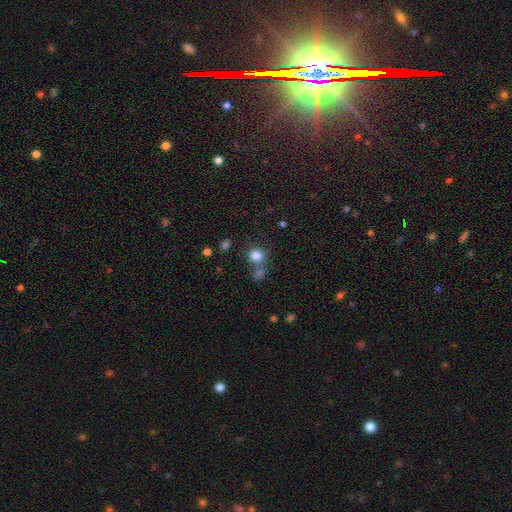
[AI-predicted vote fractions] Smooth or featured?
  - smooth: 81% *
  - star or artifact: 12%
  - featured or disk: 7%
How rounded?
  - round: 70% *
  - in between: 28%
  - cigar-shaped: 1%
Merging?
  - none: 53% *
  - merger: 29%
  - minor disturbance: 12%
  - major disturbance: 7%